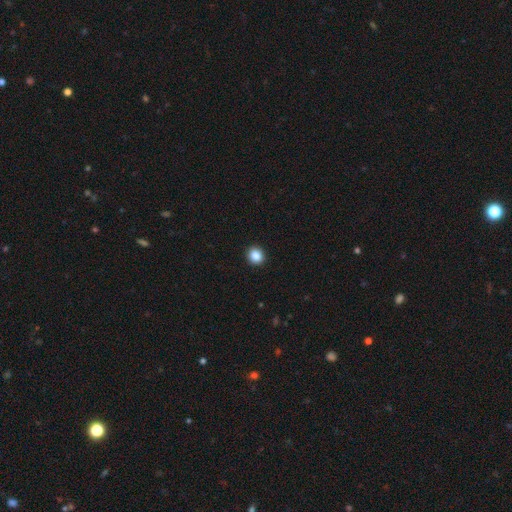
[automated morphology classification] Overall: smooth (86%). How rounded: round (87%). Merging: none (93%).